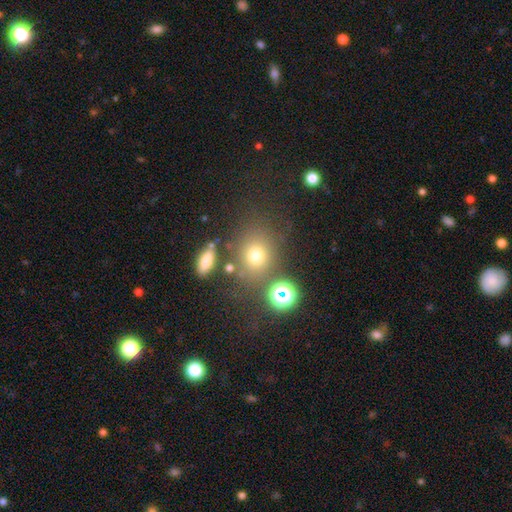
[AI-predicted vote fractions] Smooth or featured?
  - smooth: 68% *
  - star or artifact: 20%
  - featured or disk: 11%
How rounded?
  - round: 68% *
  - in between: 31%
  - cigar-shaped: 1%
Merging?
  - none: 71% *
  - minor disturbance: 13%
  - merger: 10%
  - major disturbance: 6%